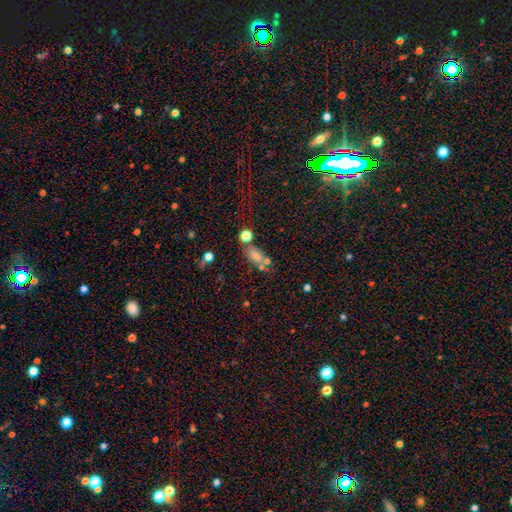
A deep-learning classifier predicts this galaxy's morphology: Smooth or featured? smooth (68%)
How rounded? in between (76%)
Merging? none (48%)